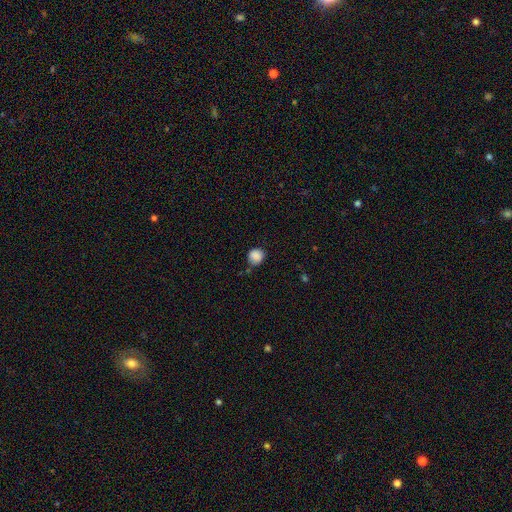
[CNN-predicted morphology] This appears to be a smooth galaxy with no disk features (87%) that is round (86%). Merging: none (73%).